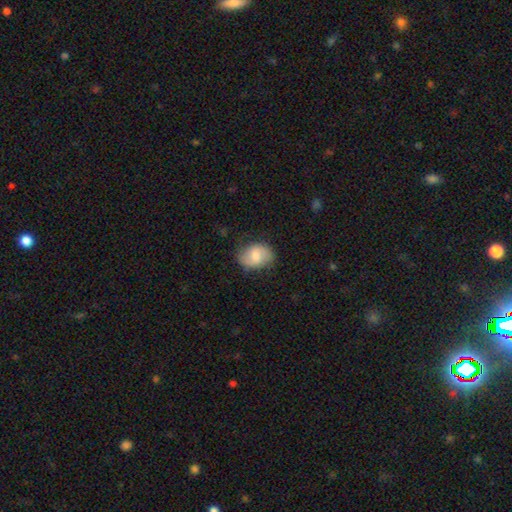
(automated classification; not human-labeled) Smooth or featured?
  - smooth: 68% *
  - featured or disk: 25%
  - star or artifact: 7%
How rounded?
  - in between: 64% *
  - round: 34%
  - cigar-shaped: 1%
Merging?
  - none: 71% *
  - minor disturbance: 22%
  - major disturbance: 6%
  - merger: 1%